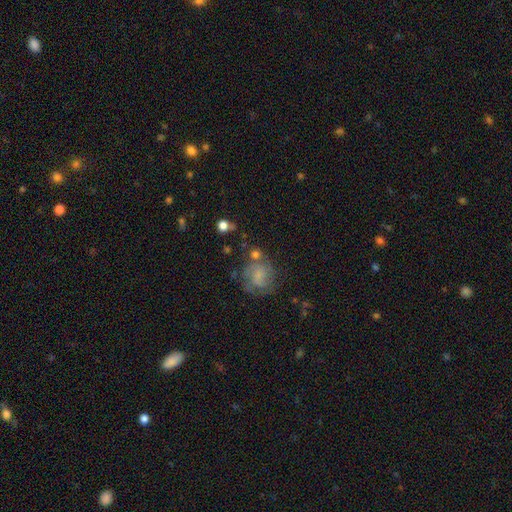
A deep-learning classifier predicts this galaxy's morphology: Smooth or featured: featured or disk — 52% (smooth — 34%)
Edge-on disk: no — 97% (yes — 3%)
Bar: no — 63% (weak — 31%)
Spiral arms: yes — 79% (no — 21%)
Bulge size: small — 42% (none — 33%)
Merging: none — 57% (minor disturbance — 20%)